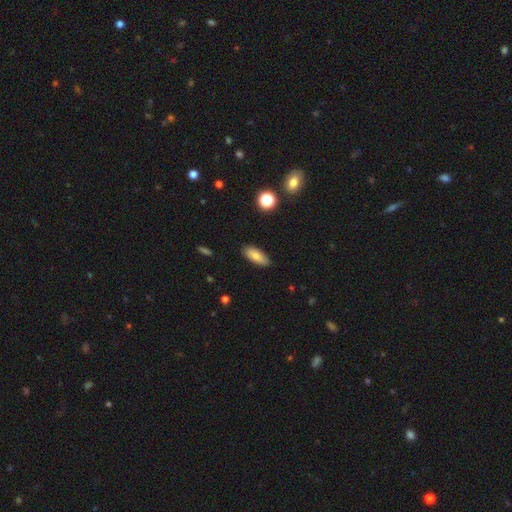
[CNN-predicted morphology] Overall: smooth (80%). How rounded: in between (78%). Merging: none (87%).